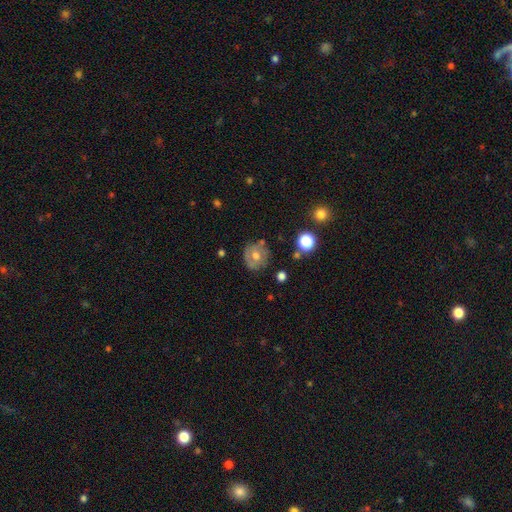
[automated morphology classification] smooth 54%, featured or disk 37%, star or artifact 10%. Down the decision tree: how rounded — round (87%); merging — none (73%).